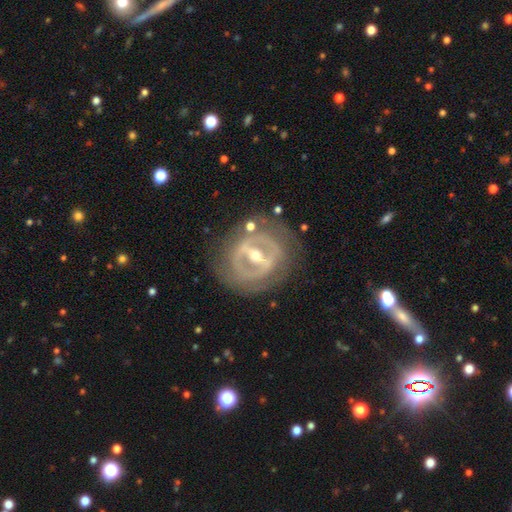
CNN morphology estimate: The model was most divided on "bulge size": moderate: 59%, small: 37%, large: 3%, none: 1%, dominant: 1%. More confident: edge-on disk — no (90%); smooth or featured — featured or disk (84%); merging — none (78%); bar — strong (76%); spiral arms — no (63%).